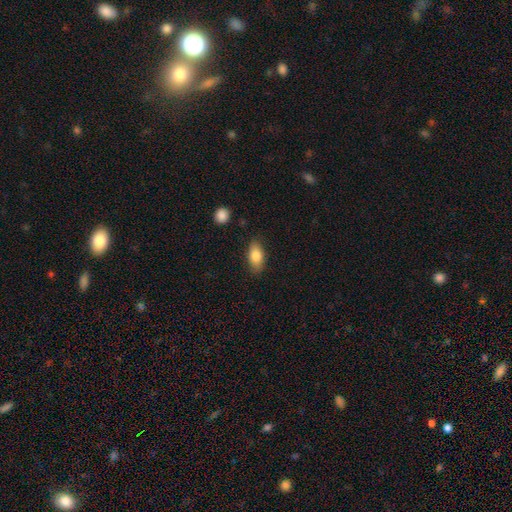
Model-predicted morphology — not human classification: Smooth or featured? smooth (82%)
How rounded? in between (89%)
Merging? none (84%)